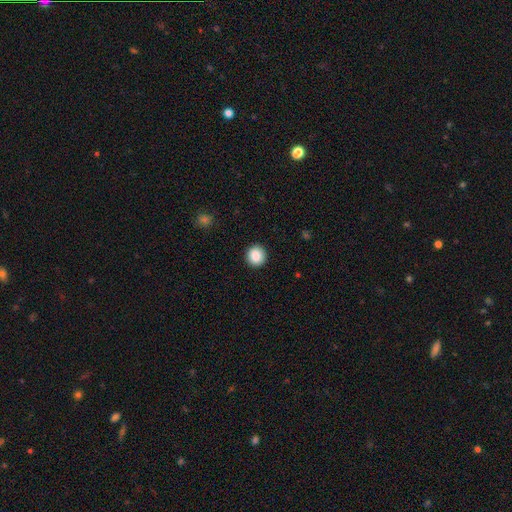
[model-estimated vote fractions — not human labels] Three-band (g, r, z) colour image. It shows a smooth galaxy with no disk features (88%) that is round (91%). Merging: none (92%).